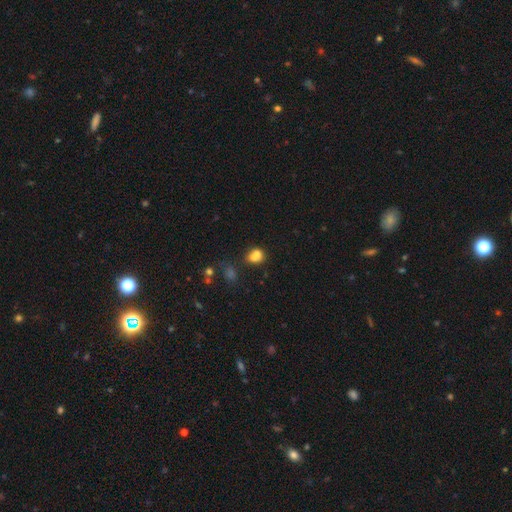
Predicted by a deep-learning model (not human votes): A smooth galaxy with no disk features (73%) that is round (56%). Merging: merger (53%).